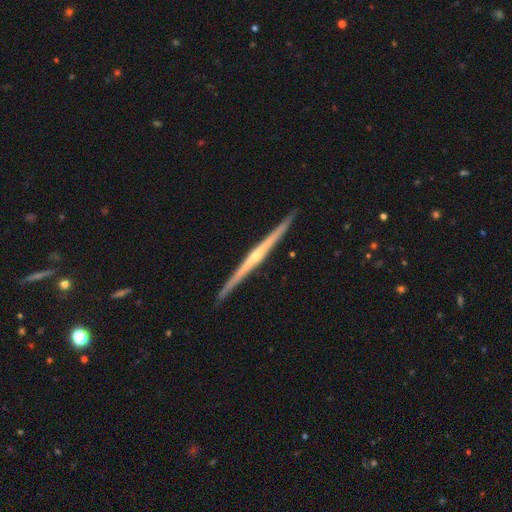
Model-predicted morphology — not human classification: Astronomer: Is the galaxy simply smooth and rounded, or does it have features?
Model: featured or disk — 84%.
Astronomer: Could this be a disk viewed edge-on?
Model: yes — 99%.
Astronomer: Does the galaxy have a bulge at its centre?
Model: rounded — 68%.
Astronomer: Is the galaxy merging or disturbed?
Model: none — 92%.